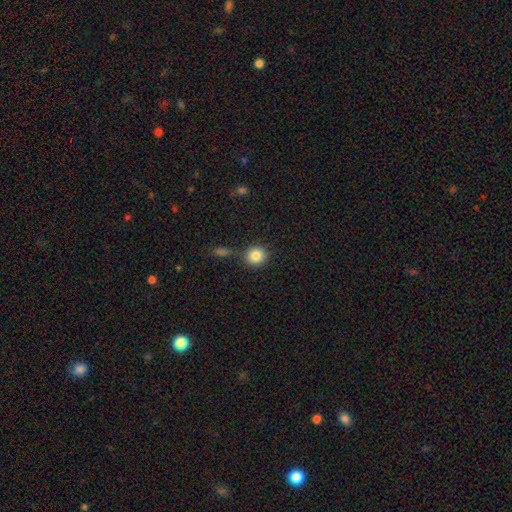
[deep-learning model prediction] Smooth or featured: smooth — 84% (star or artifact — 9%)
How rounded: round — 88% (in between — 11%)
Merging: none — 79% (minor disturbance — 10%)